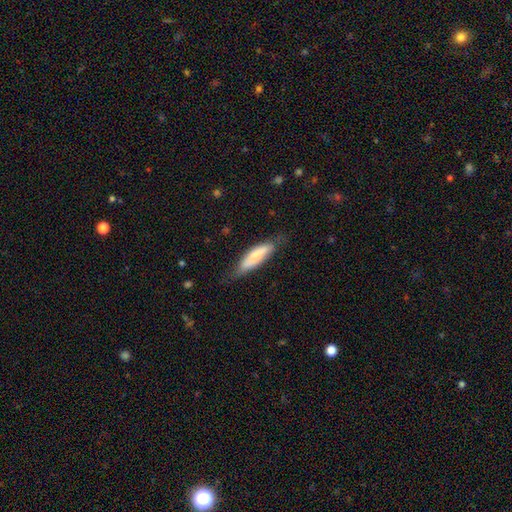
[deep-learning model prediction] A smooth galaxy with no disk features (69%) that is cigar-shaped (58%). Merging: none (65%).